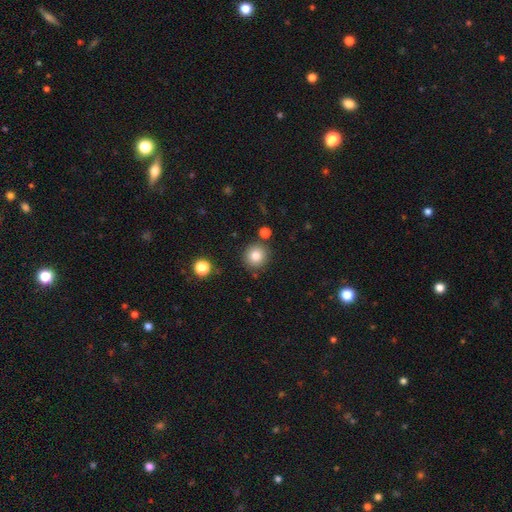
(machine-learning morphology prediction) smooth-or-featured: smooth: 81% | star or artifact: 11% | featured or disk: 8%
  how-rounded: round: 92% | in between: 7% | cigar-shaped: 1%
  merging: none: 86% | minor disturbance: 7% | merger: 4% | major disturbance: 2%